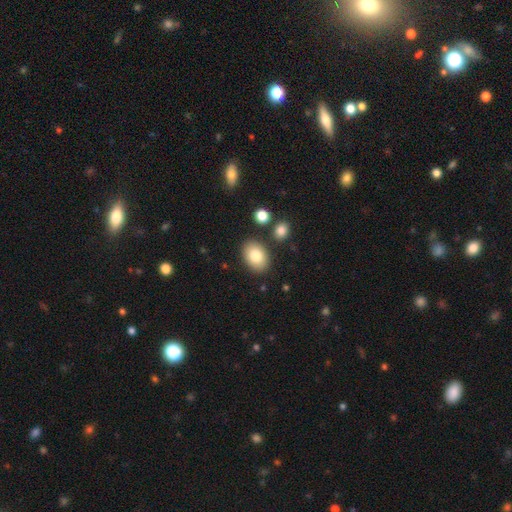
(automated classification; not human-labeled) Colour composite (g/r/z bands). It shows a smooth galaxy with no disk features (81%) that is in between round and cigar-shaped (80%). Merging: none (84%).